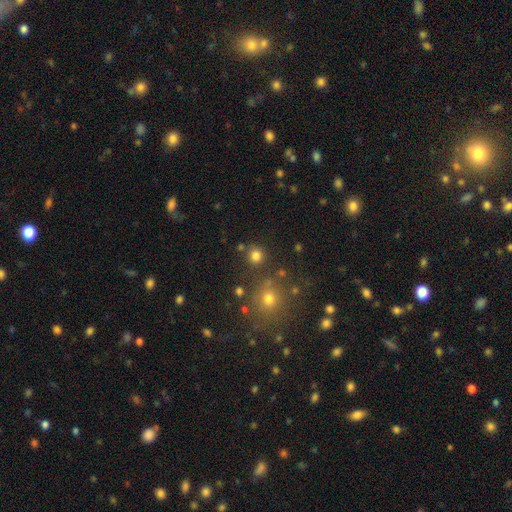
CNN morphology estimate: Smooth or featured? smooth (80%)
How rounded? round (90%)
Merging? none (83%)